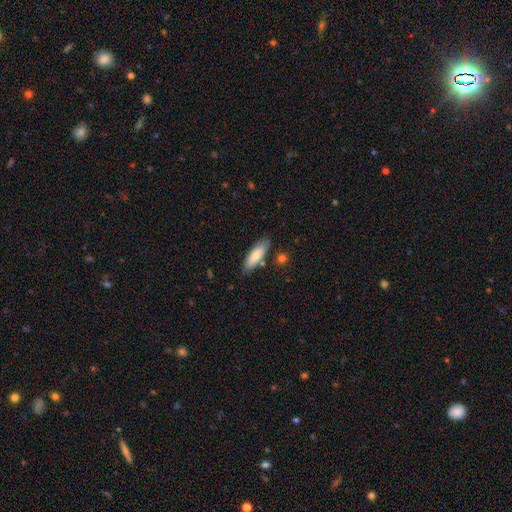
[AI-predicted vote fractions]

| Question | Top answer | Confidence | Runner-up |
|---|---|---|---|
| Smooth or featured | smooth | 75% | featured or disk (19%) |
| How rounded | in between | 52% | cigar-shaped (46%) |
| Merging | none | 79% | minor disturbance (13%) |